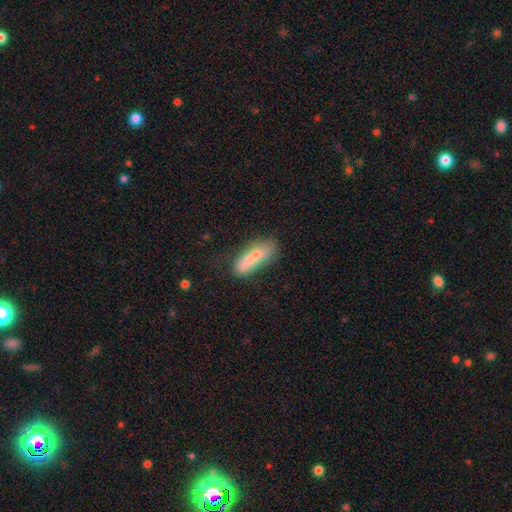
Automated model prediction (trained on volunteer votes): Smooth or featured? Predicted: smooth (p=0.68). How rounded? Predicted: cigar-shaped (p=0.49). Merging? Predicted: none (p=0.50).